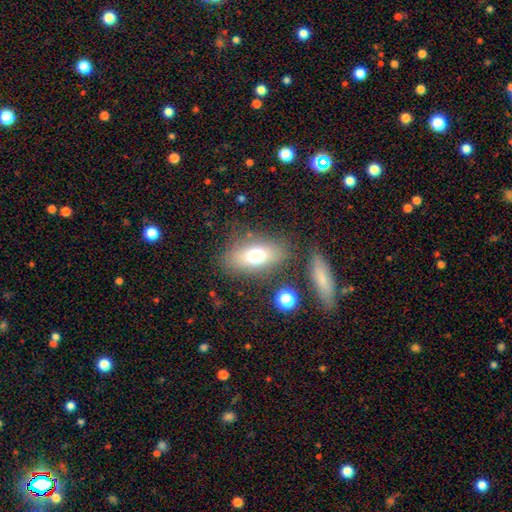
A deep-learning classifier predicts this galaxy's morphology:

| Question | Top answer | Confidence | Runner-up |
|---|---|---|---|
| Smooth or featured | smooth | 68% | featured or disk (20%) |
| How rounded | in between | 80% | round (15%) |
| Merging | none | 77% | minor disturbance (12%) |